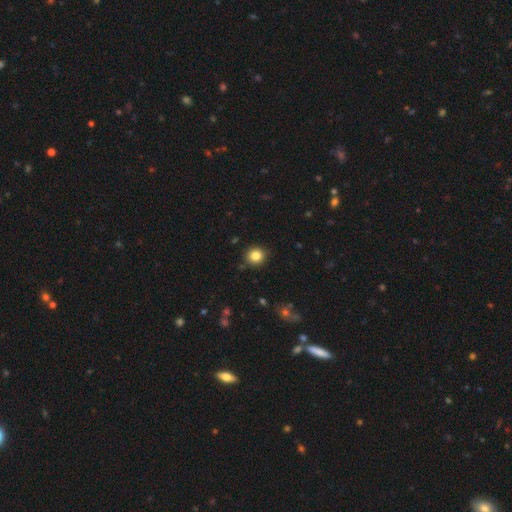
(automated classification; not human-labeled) This appears to be a smooth galaxy with no disk features (84%) that is round (87%). Merging: none (89%).